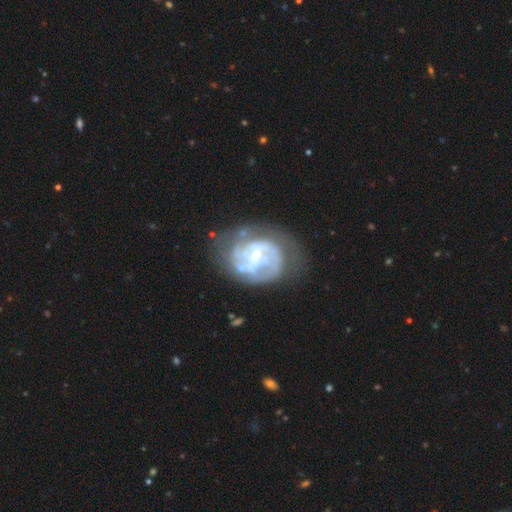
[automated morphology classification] A featured or disk galaxy (84%) with a weak bar (46%), 2 (33%) tight (48%) spiral arms (87%) and a small central bulge (67%).

Vote fractions:
- Smooth or featured? featured or disk: 84% / smooth: 10% / star or artifact: 6%
- Edge-on disk? no: 98% / yes: 2%
- Bar? weak: 46% / no: 39% / strong: 15%
- Spiral arms? yes: 87% / no: 13%
- Spiral winding? tight: 48% / medium: 40% / loose: 13%
- Spiral arm count? 2: 33% / can't tell: 32% / 3: 19% / 4: 6% / 1: 5% / more than 4: 4%
- Bulge size? small: 67% / moderate: 27% / none: 4% / large: 2% / dominant: 1%
- Merging? none: 57% / minor disturbance: 22% / major disturbance: 17% / merger: 3%